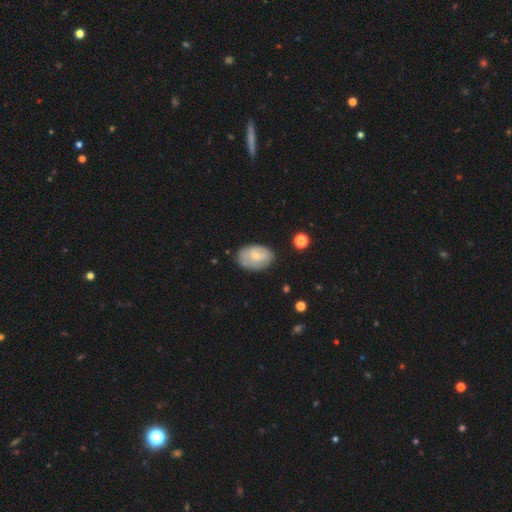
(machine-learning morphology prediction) smooth 59%, featured or disk 34%, star or artifact 7%. Down the decision tree: how rounded — in between (85%); merging — none (69%).